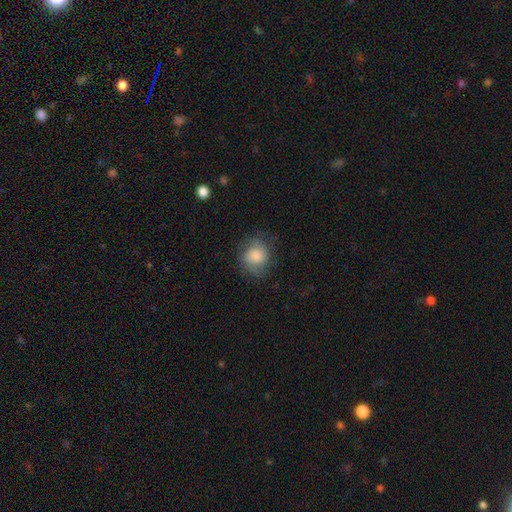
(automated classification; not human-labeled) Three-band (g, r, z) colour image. It shows a smooth galaxy with no disk features (73%) that is round (80%). Merging: none (67%).